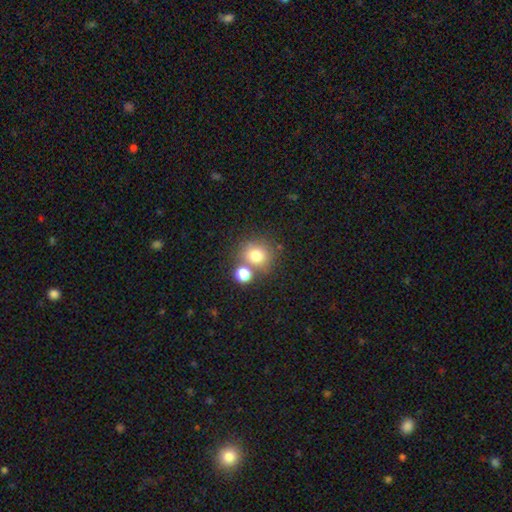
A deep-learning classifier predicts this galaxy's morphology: This appears to be a smooth galaxy with no disk features (77%) that is round (83%). Merging: none (59%).